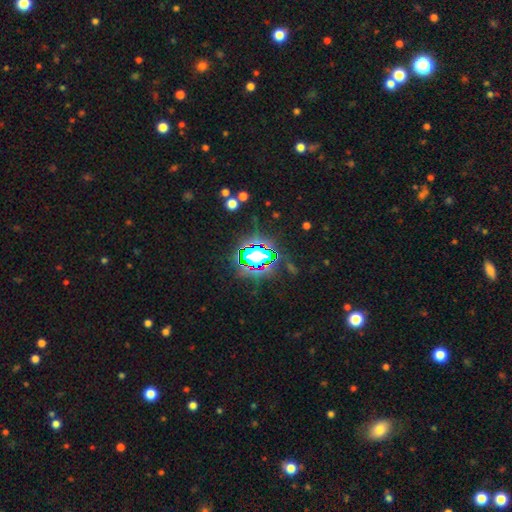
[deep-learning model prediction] Morphology: type=star or artifact (67%).